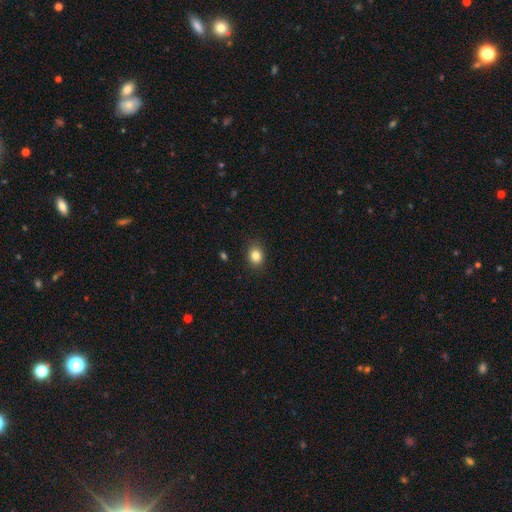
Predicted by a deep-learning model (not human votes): Q: Smooth or featured?
A: smooth (84%); runner-up: star or artifact (10%)
Q: How rounded?
A: round (50%); runner-up: in between (49%)
Q: Merging?
A: none (88%); runner-up: minor disturbance (9%)